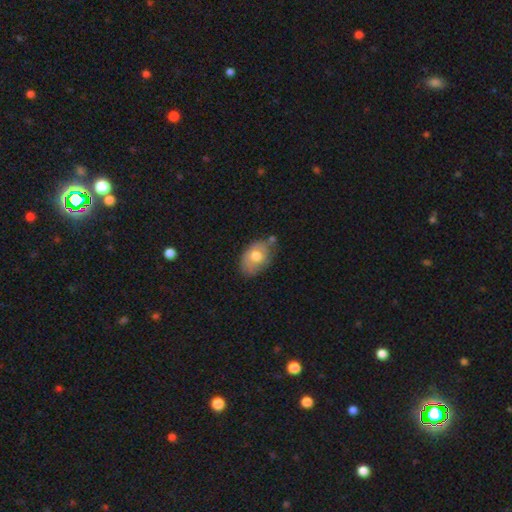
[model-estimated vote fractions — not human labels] This is likely a smooth galaxy (66%). How rounded: clearly in between (85%). Merging: possibly none (59%).